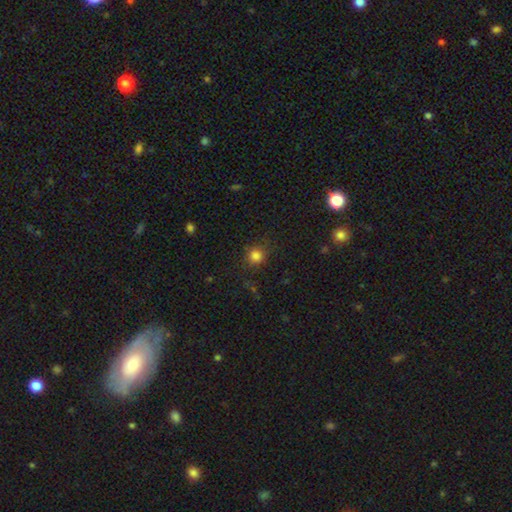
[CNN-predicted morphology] This appears to be a smooth galaxy with no disk features (82%) that is round (89%). Merging: none (82%).